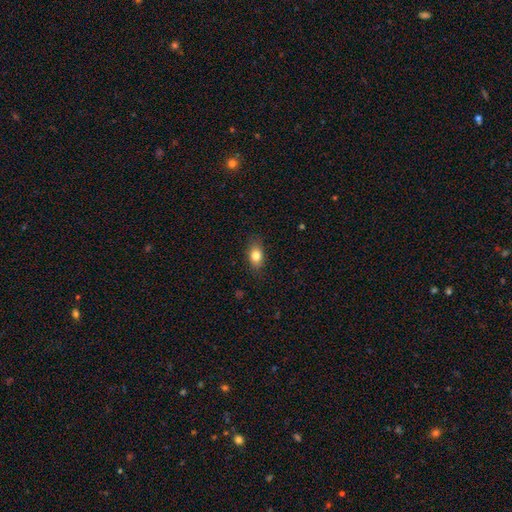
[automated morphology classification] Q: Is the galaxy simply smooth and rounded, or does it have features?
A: smooth — 81%.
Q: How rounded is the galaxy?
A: in between — 79%.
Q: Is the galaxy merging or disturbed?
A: none — 83%.